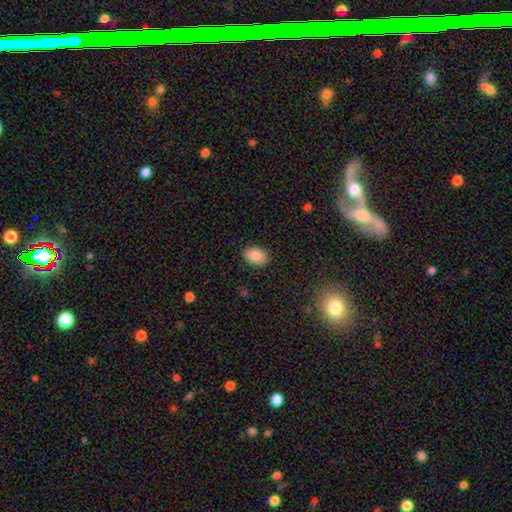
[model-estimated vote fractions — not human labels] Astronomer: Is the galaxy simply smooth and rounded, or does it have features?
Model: smooth — 87%.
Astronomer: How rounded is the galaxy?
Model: in between — 81%.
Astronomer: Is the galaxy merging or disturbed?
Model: none — 88%.